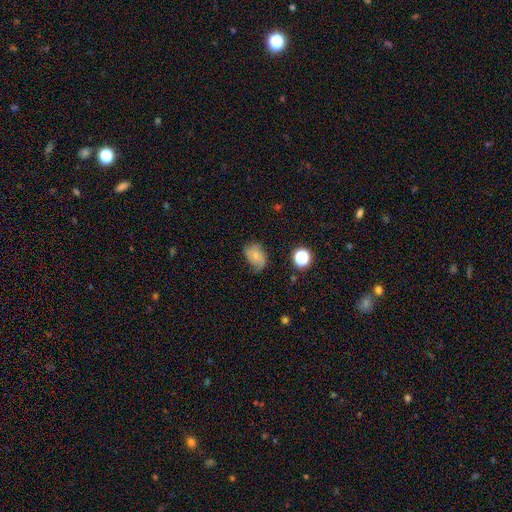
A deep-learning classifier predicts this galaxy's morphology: smooth_or_featured: smooth (p=0.52) [alt: featured or disk p=0.36]
how_rounded: in between (p=0.68) [alt: round p=0.31]
merging: none (p=0.50) [alt: minor disturbance p=0.34]